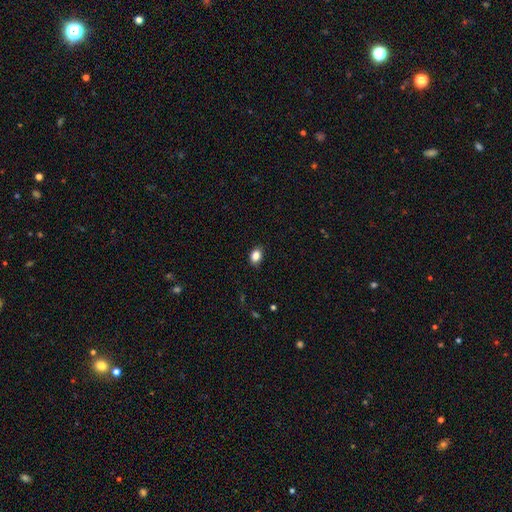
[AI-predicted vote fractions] Overall: smooth (85%). How rounded: in between (67%; round 32%). Merging: none (85%).